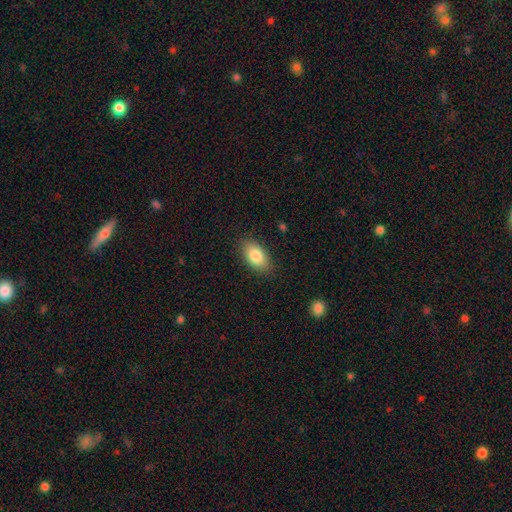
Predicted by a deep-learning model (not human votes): Smooth or featured? smooth (83%)
How rounded? in between (92%)
Merging? none (86%)